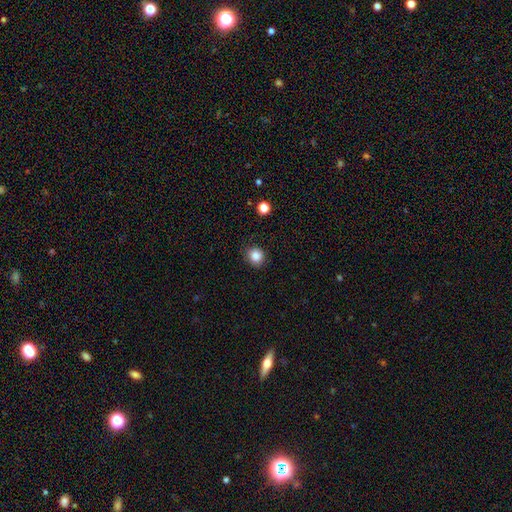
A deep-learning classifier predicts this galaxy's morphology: smooth 86%, star or artifact 10%, featured or disk 4%. Down the decision tree: how rounded — round (82%); merging — none (84%).